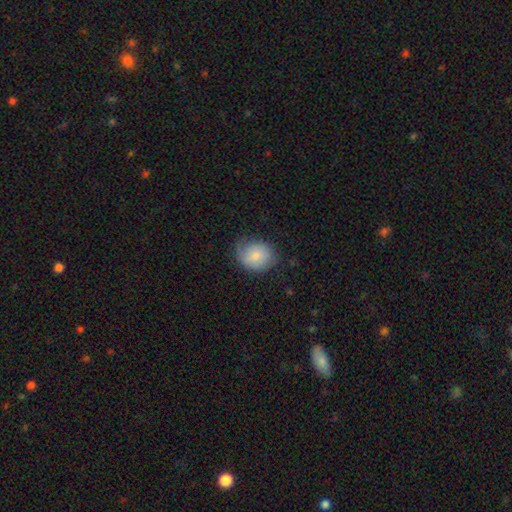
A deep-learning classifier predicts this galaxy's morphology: type=smooth (73%); roundness=round (60%); merging=none (57%).